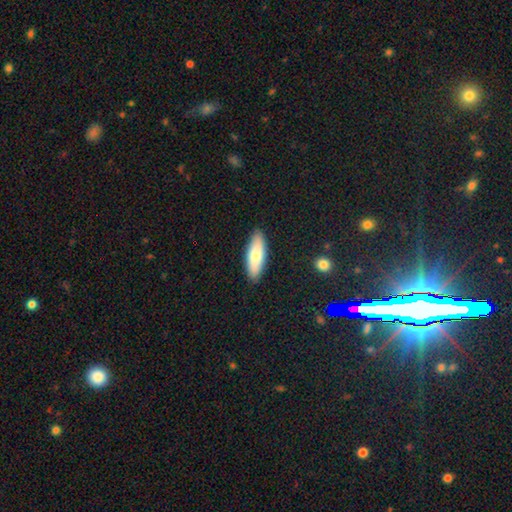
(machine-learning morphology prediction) Q: Smooth or featured?
A: smooth (77%); runner-up: featured or disk (17%)
Q: How rounded?
A: in between (62%); runner-up: cigar-shaped (36%)
Q: Merging?
A: none (88%); runner-up: minor disturbance (9%)